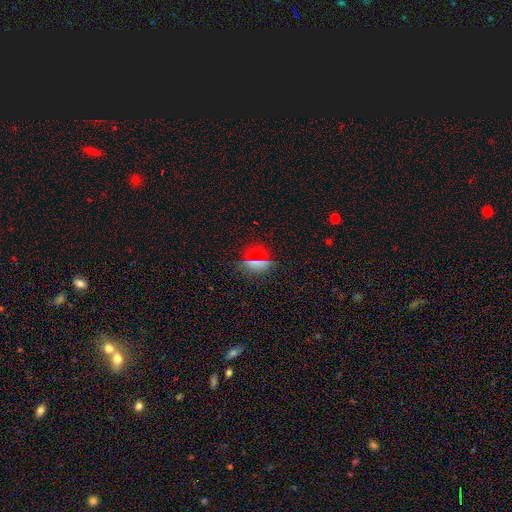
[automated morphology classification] Smooth or featured?
  - smooth: 64% *
  - star or artifact: 26%
  - featured or disk: 11%
How rounded?
  - in between: 45% *
  - round: 43%
  - cigar-shaped: 12%
Merging?
  - none: 83% *
  - minor disturbance: 10%
  - major disturbance: 4%
  - merger: 3%